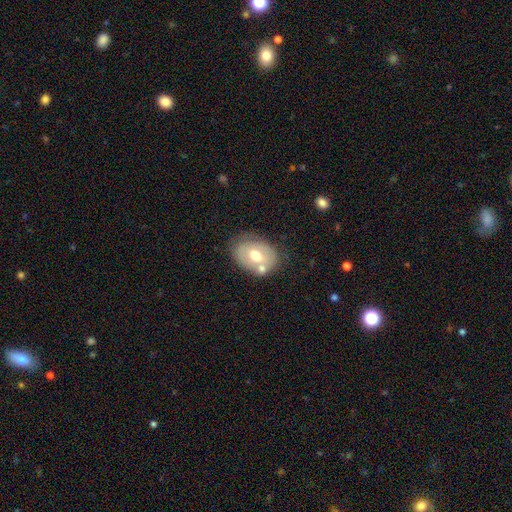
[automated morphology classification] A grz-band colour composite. It shows a smooth galaxy with no disk features (51%) that is in between round and cigar-shaped (73%). Merging: none (61%).